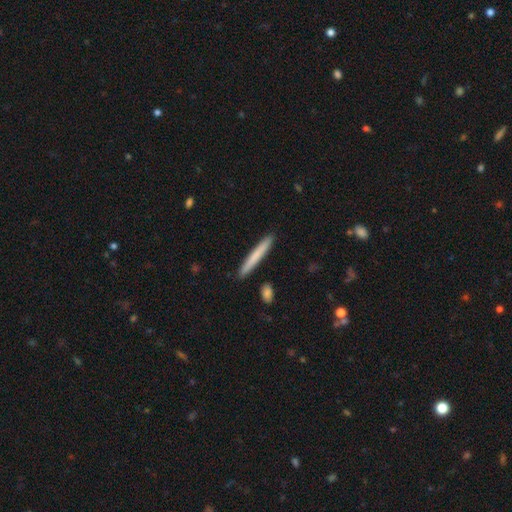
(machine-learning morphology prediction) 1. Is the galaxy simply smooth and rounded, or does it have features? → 72% smooth, 22% featured or disk, 5% star or artifact.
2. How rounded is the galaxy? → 96% cigar-shaped, 2% in between, 1% round.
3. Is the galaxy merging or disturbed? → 91% none, 6% minor disturbance, 2% merger, 1% major disturbance.